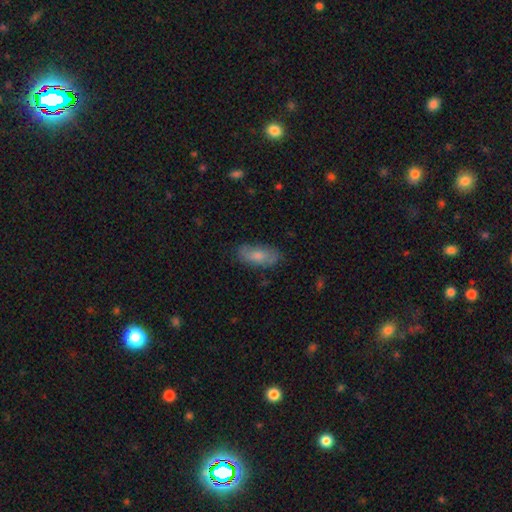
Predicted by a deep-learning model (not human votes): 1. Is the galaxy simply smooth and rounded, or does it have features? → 67% smooth, 25% featured or disk, 8% star or artifact.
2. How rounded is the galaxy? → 80% in between, 17% cigar-shaped, 3% round.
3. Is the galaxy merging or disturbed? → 77% none, 18% minor disturbance, 4% major disturbance, 1% merger.